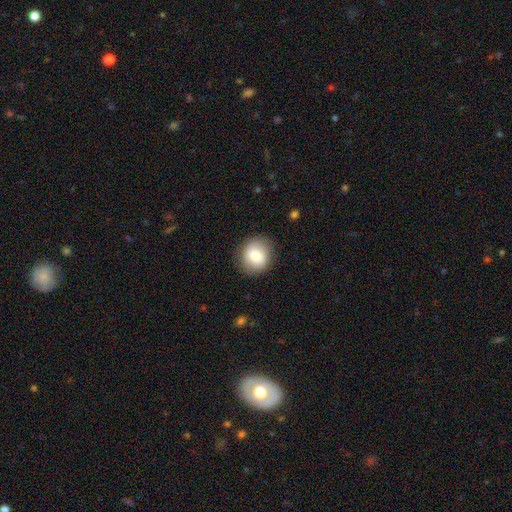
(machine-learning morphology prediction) Smooth or featured? smooth (78%)
How rounded? round (80%)
Merging? none (86%)